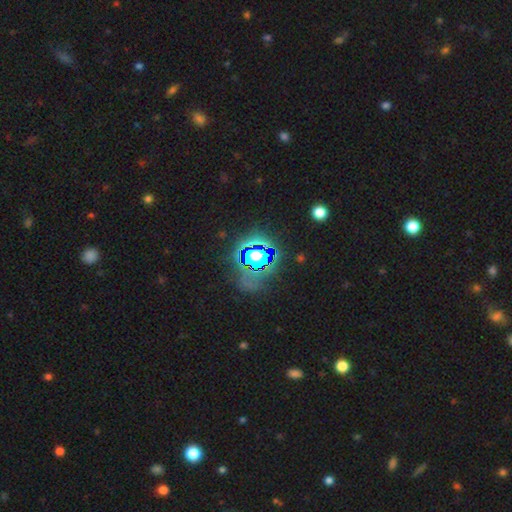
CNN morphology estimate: This appears to be a star or artifact, not a galaxy (82%).